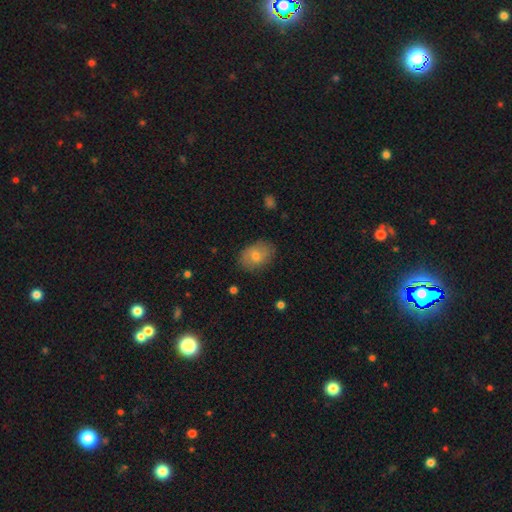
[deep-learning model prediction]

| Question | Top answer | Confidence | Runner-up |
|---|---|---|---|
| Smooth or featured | smooth | 67% | featured or disk (24%) |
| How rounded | in between | 79% | round (20%) |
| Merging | none | 82% | minor disturbance (13%) |